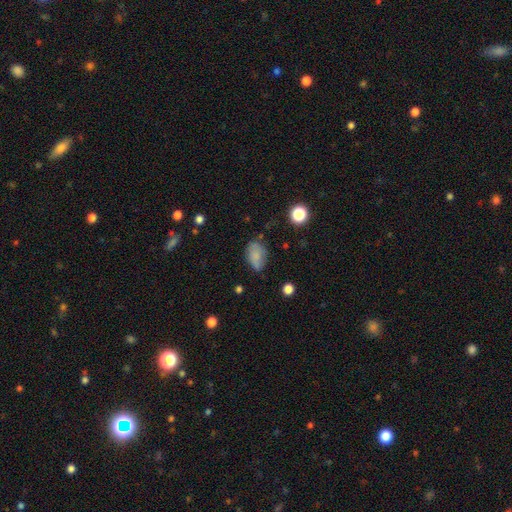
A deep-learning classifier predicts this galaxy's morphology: Smooth or featured?
  - smooth: 74% *
  - featured or disk: 16%
  - star or artifact: 10%
How rounded?
  - in between: 85% *
  - round: 14%
  - cigar-shaped: 2%
Merging?
  - none: 59% *
  - minor disturbance: 29%
  - major disturbance: 8%
  - merger: 3%